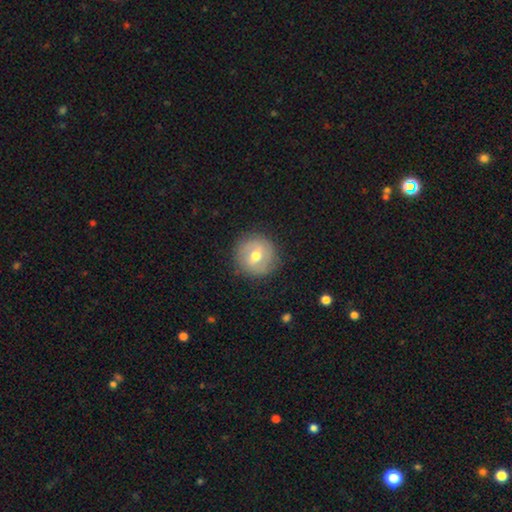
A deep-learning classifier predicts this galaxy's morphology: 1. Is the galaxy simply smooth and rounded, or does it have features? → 49% smooth, 43% featured or disk, 8% star or artifact.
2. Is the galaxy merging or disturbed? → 85% none, 10% minor disturbance, 4% major disturbance, 1% merger.